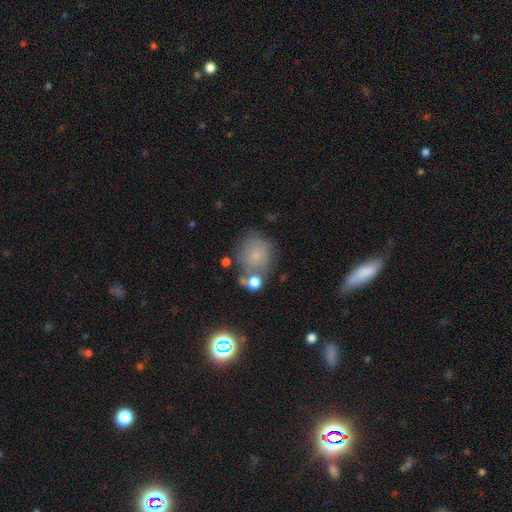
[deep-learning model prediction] Smooth or featured: smooth — 61% (featured or disk — 22%)
How rounded: round — 78% (in between — 21%)
Merging: none — 61% (minor disturbance — 19%)